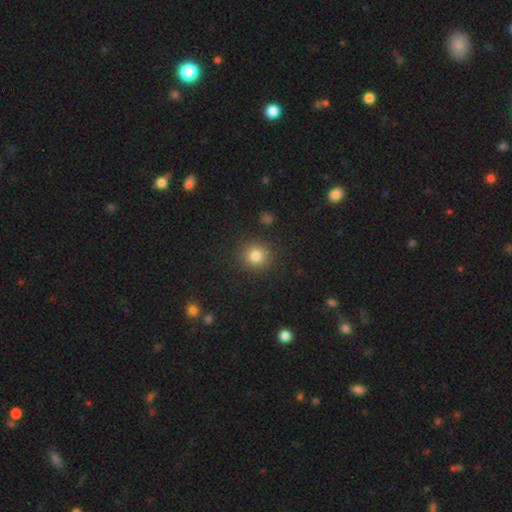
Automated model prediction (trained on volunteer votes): Q: Smooth or featured?
A: smooth (82%); runner-up: star or artifact (12%)
Q: How rounded?
A: round (92%); runner-up: in between (7%)
Q: Merging?
A: none (90%); runner-up: minor disturbance (6%)